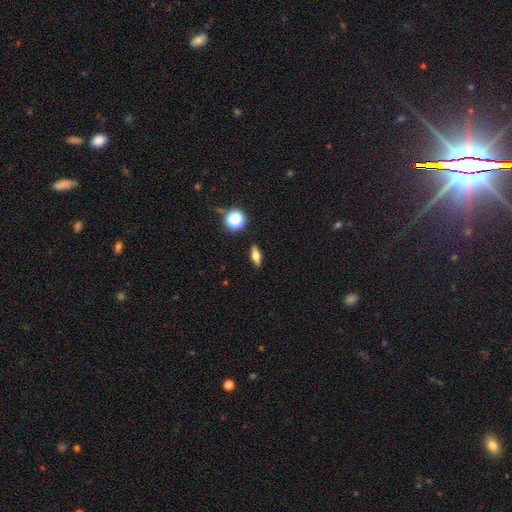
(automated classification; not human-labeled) This appears to be a smooth galaxy with no disk features (56%) that is in between round and cigar-shaped (61%). Merging: none (89%).